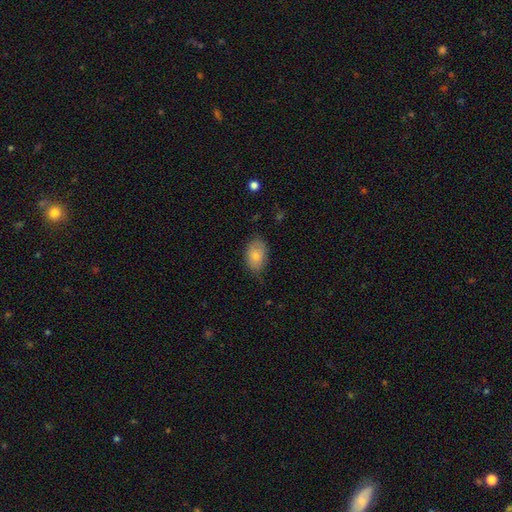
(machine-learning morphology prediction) smooth_or_featured: smooth (p=0.81) [alt: featured or disk p=0.12]
how_rounded: in between (p=0.89) [alt: round p=0.09]
merging: none (p=0.71) [alt: minor disturbance p=0.24]